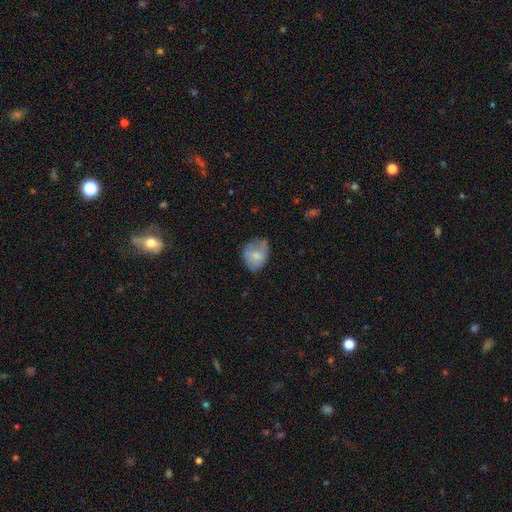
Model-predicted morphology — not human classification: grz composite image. It shows a smooth galaxy with no disk features (69%) that is round (50%). Merging: none (47%).